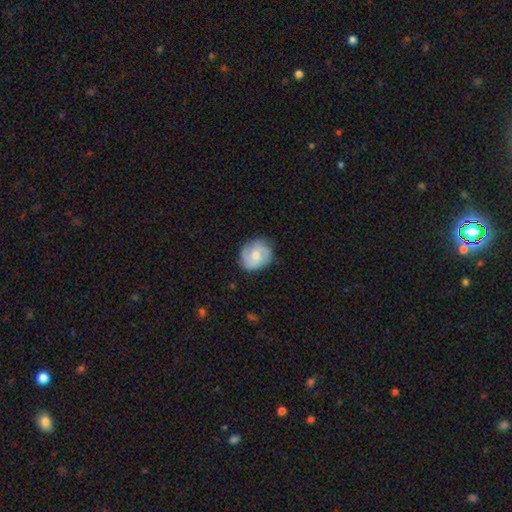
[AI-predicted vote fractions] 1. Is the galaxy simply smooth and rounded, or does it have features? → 48% smooth, 45% featured or disk, 7% star or artifact.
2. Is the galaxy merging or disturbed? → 78% none, 16% minor disturbance, 5% major disturbance, 1% merger.